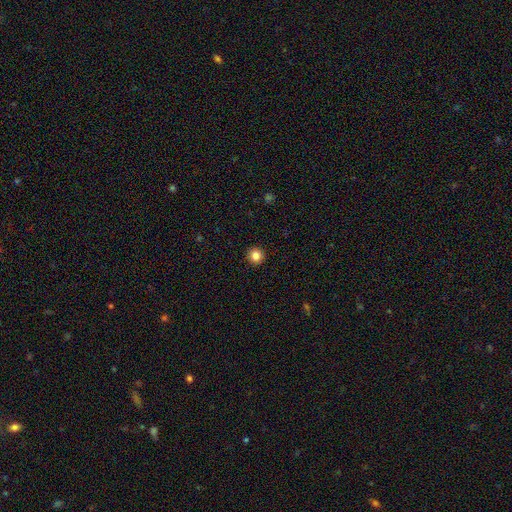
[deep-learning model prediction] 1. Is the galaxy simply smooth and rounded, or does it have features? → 84% smooth, 11% star or artifact, 5% featured or disk.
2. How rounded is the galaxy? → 95% round, 5% in between, 1% cigar-shaped.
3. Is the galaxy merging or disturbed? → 93% none, 4% minor disturbance, 1% major disturbance, 1% merger.